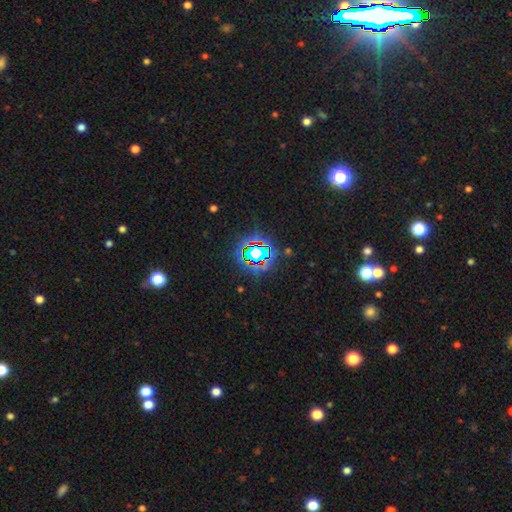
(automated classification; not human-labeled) Smooth or featured: star or artifact — 72% (smooth — 16%)